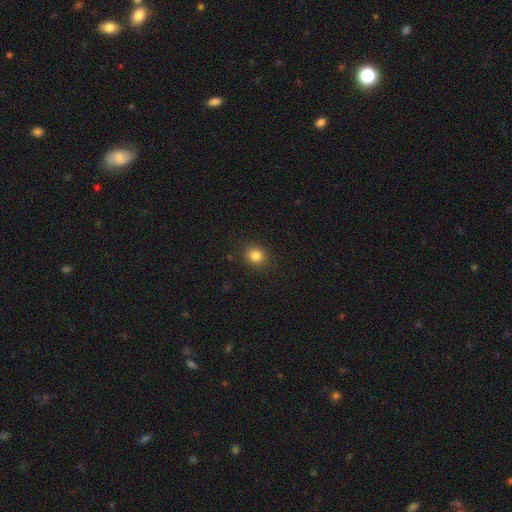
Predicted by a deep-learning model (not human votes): Overall: smooth (84%). How rounded: round (79%). Merging: none (89%).